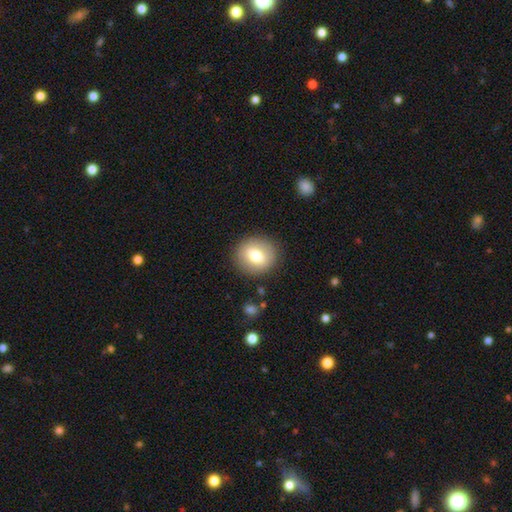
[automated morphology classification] A smooth galaxy with no disk features (72%) that is round (83%).

Vote fractions:
- Smooth or featured? smooth: 72% / featured or disk: 20% / star or artifact: 8%
- How rounded? round: 83% / in between: 16% / cigar-shaped: 1%
- Merging? none: 88% / minor disturbance: 8% / major disturbance: 3% / merger: 1%